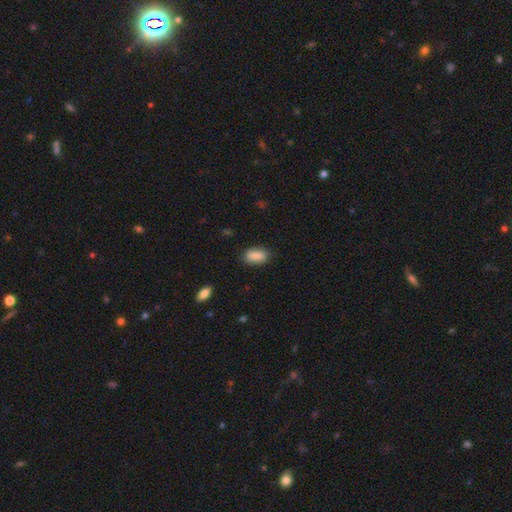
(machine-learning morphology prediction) type=smooth (87%); roundness=in between (90%); merging=none (84%).